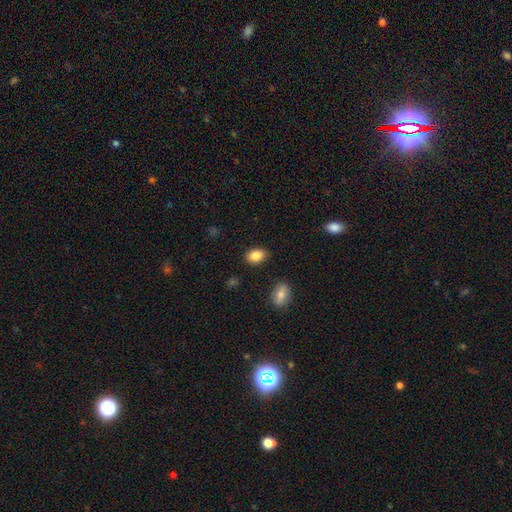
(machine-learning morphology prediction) Overall: smooth (86%). How rounded: in between (86%). Merging: none (85%).